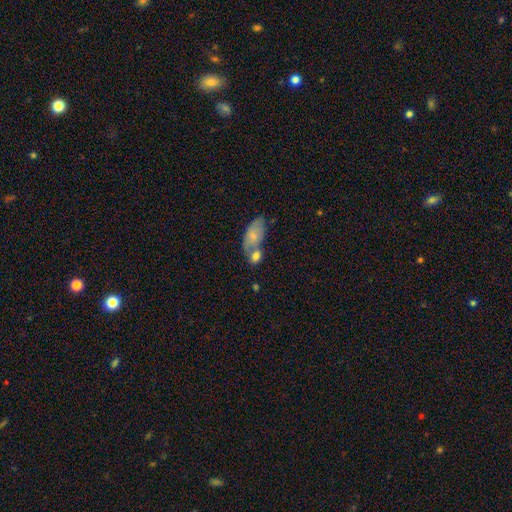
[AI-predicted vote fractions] Overall: smooth (75%). How rounded: in between (71%). Merging: merger (50%; none 33%).